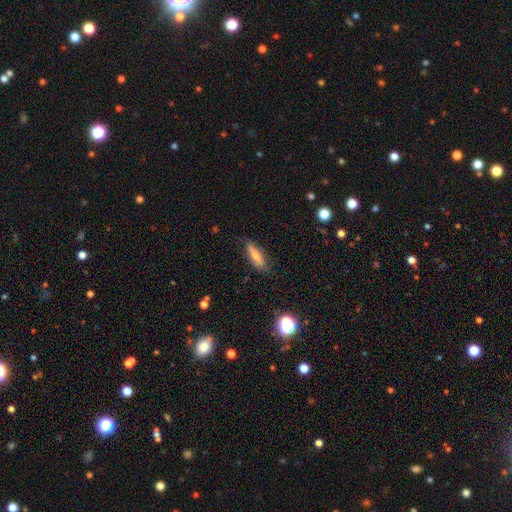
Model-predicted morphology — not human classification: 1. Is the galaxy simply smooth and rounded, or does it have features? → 64% smooth, 28% featured or disk, 8% star or artifact.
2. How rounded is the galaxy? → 62% cigar-shaped, 36% in between, 2% round.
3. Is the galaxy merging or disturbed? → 78% none, 17% minor disturbance, 4% major disturbance, 1% merger.